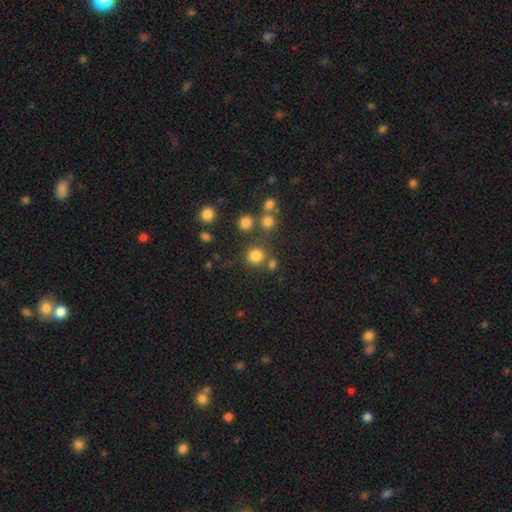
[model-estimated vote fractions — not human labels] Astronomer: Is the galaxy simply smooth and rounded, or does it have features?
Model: smooth — 79%.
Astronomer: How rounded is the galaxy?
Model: round — 90%.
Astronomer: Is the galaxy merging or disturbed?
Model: none — 75%.